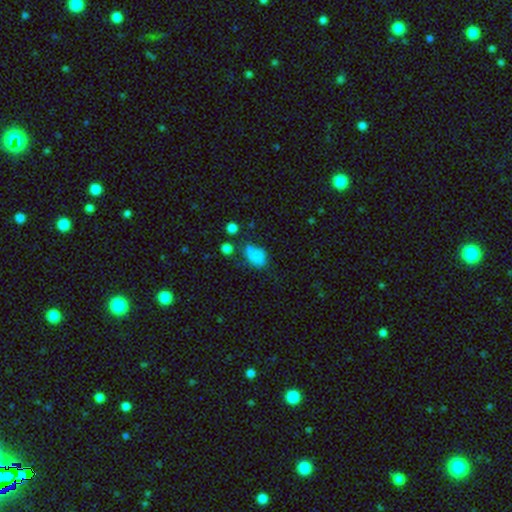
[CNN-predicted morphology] Smooth or featured? Predicted: smooth (p=0.78). How rounded? Predicted: in between (p=0.82). Merging? Predicted: none (p=0.38).